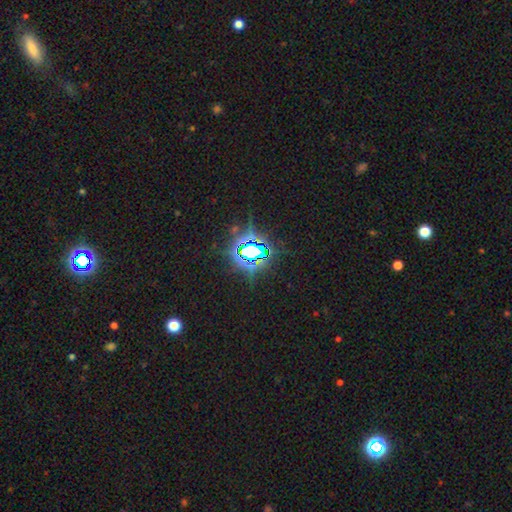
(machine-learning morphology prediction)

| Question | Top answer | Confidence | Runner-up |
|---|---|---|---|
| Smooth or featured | star or artifact | 83% | smooth (10%) |